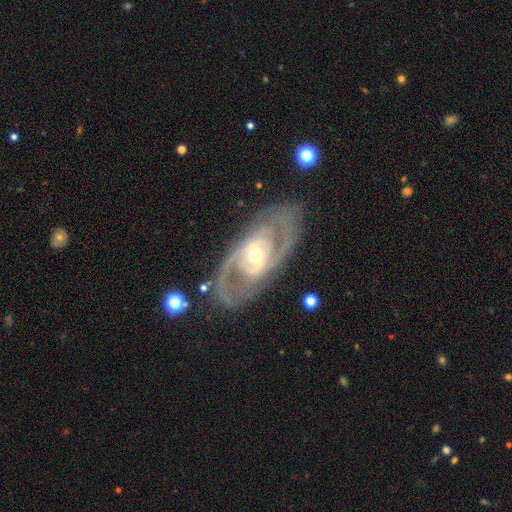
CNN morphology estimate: type=featured or disk (89%); edge-on=no (93%); bar=weak (38%); spiral arms=yes (89%); winding=medium (44%); arm count=2 (79%); bulge=moderate (68%); merging=none (79%).